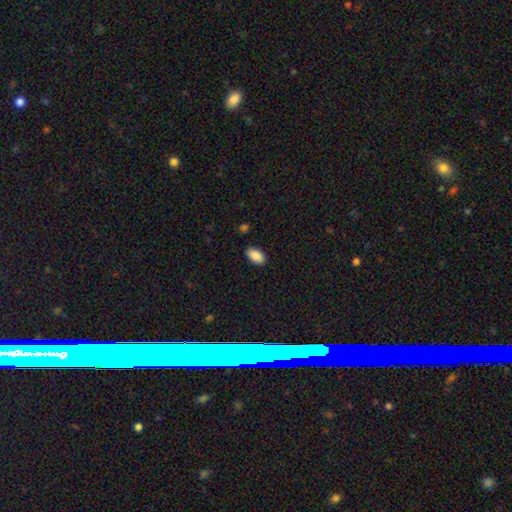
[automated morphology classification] The model was most divided on "merging": none: 88%, minor disturbance: 9%, major disturbance: 2%, merger: 1%. More confident: how rounded — in between (94%); smooth or featured — smooth (90%).